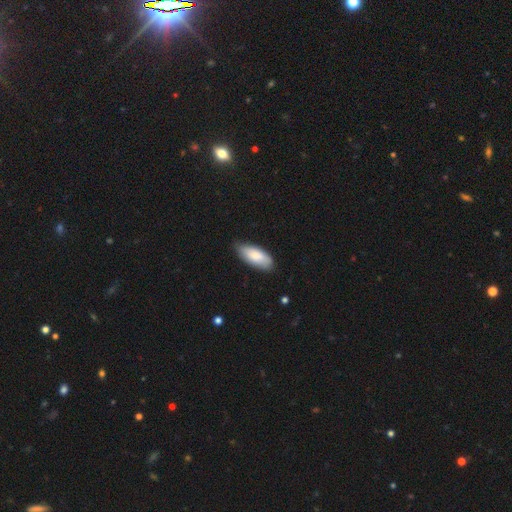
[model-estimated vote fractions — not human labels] Smooth or featured? smooth (80%)
How rounded? in between (87%)
Merging? none (75%)